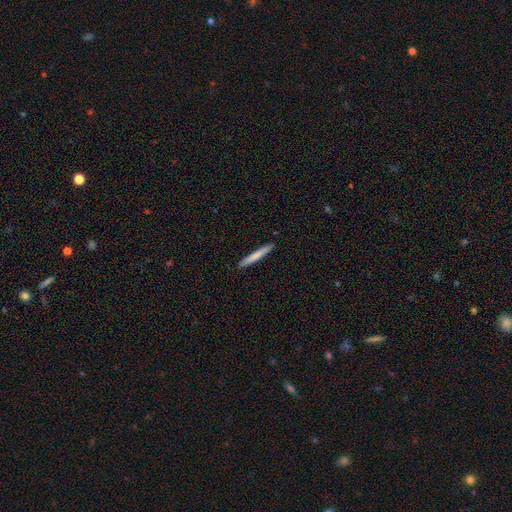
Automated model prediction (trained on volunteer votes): Overall: smooth (75%). How rounded: cigar-shaped (97%). Merging: none (92%).